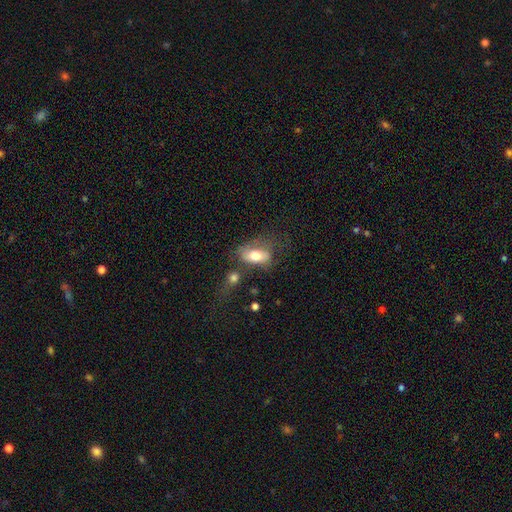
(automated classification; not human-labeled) Overall: smooth (72%). How rounded: in between (90%). Merging: none (36%; major disturbance 24%).